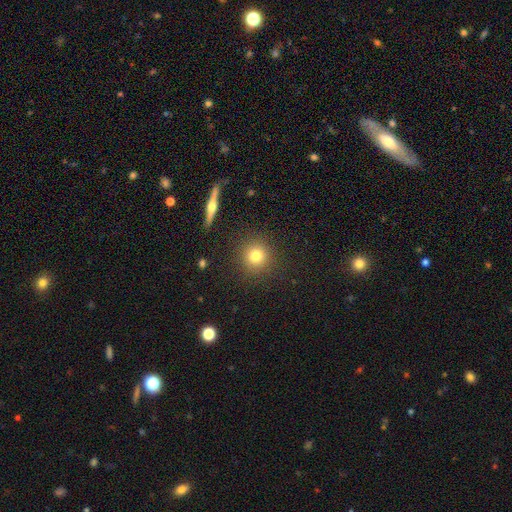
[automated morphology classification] The model was most divided on "smooth or featured": smooth: 78%, star or artifact: 12%, featured or disk: 9%. More confident: how rounded — round (93%); merging — none (89%).